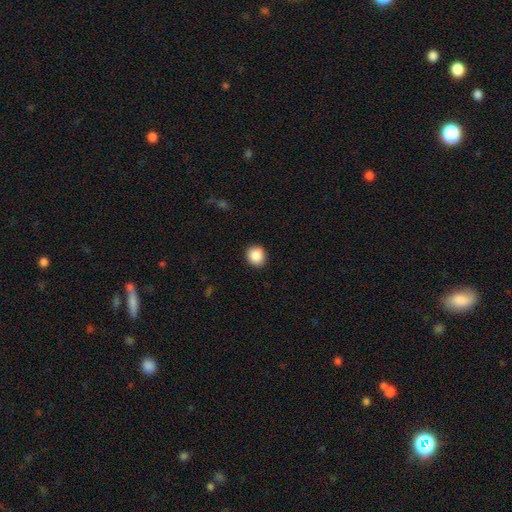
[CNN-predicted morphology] smooth_or_featured: smooth (p=0.88) [alt: star or artifact p=0.08]
how_rounded: round (p=0.85) [alt: in between p=0.14]
merging: none (p=0.91) [alt: minor disturbance p=0.06]